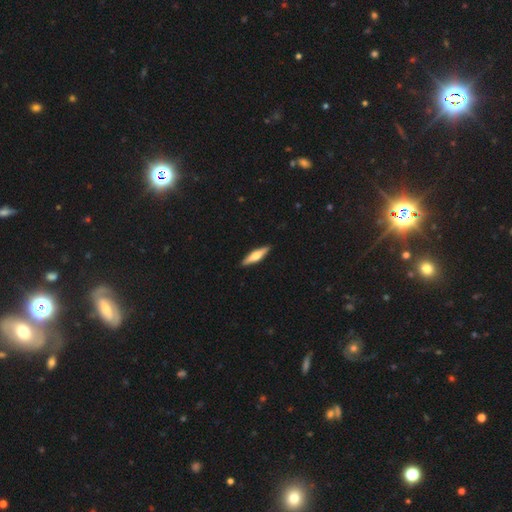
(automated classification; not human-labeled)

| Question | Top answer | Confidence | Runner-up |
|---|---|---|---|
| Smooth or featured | featured or disk | 48% | smooth (46%) |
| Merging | none | 91% | minor disturbance (7%) |